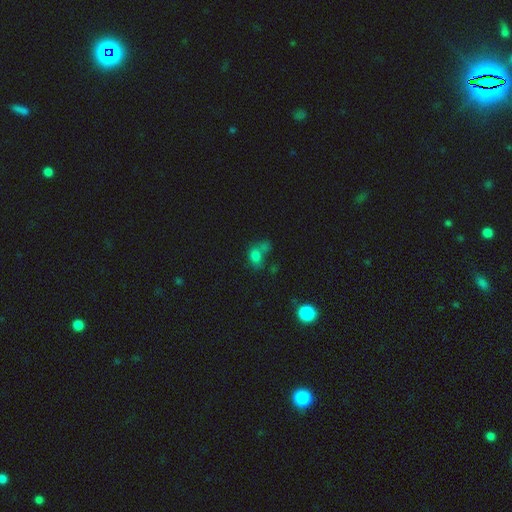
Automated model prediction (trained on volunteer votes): Smooth or featured: smooth — 71% (star or artifact — 16%)
How rounded: in between — 62% (round — 37%)
Merging: merger — 42% (none — 31%)